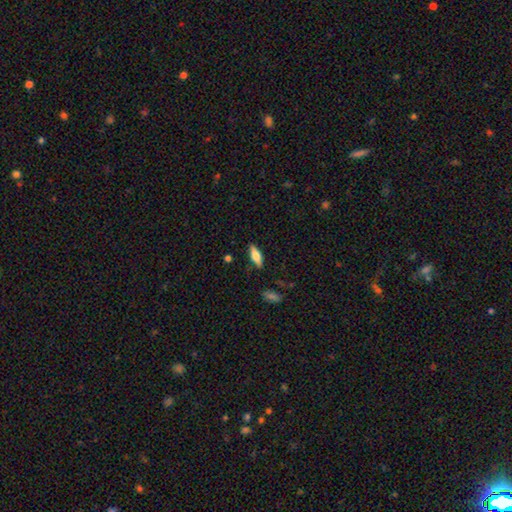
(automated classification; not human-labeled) Overall: smooth (61%; featured or disk 32%). How rounded: in between (60%; cigar-shaped 38%). Merging: none (85%).